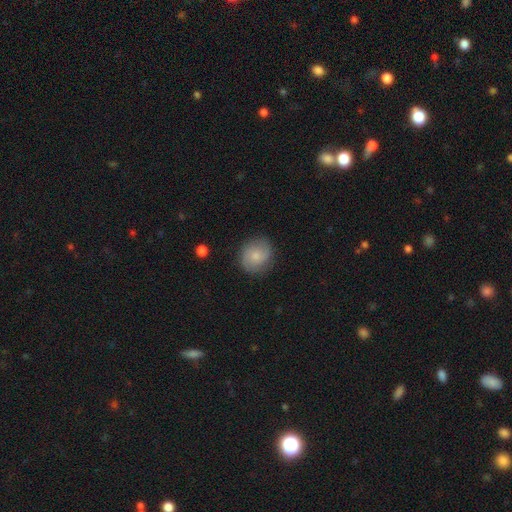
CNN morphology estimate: A smooth galaxy with no disk features (62%) that is round (80%). Merging: none (81%).